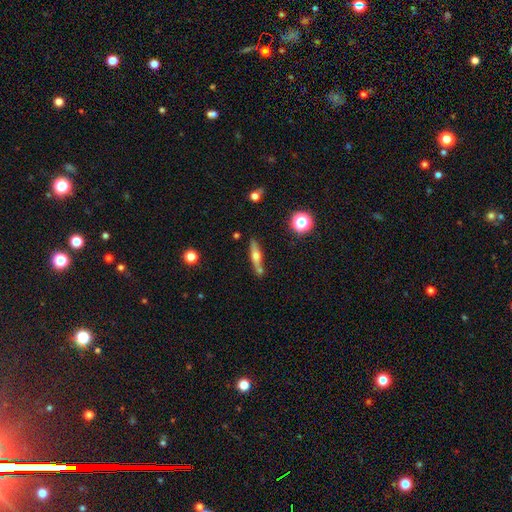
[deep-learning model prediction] This appears to be a featured or disk galaxy (49%). Merging: none (70%).